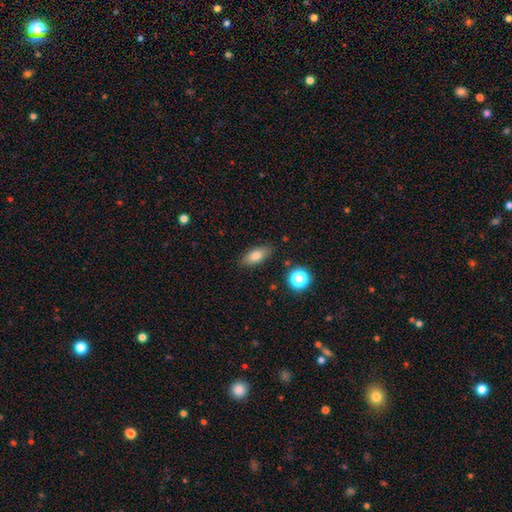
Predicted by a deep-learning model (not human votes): The model was most divided on "how rounded": in between: 80%, cigar-shaped: 14%, round: 6%. More confident: merging — none (85%); smooth or featured — smooth (78%).